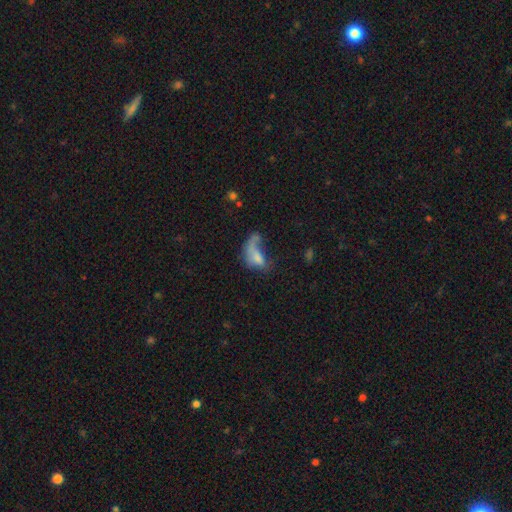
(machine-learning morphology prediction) Smooth or featured? Predicted: smooth (p=0.61). How rounded? Predicted: in between (p=0.81). Merging? Predicted: major disturbance (p=0.50).